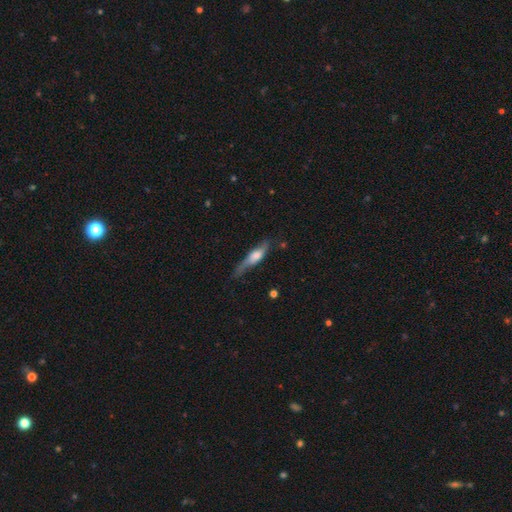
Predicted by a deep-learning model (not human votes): Smooth or featured? featured or disk (50%)
Merging? none (51%)